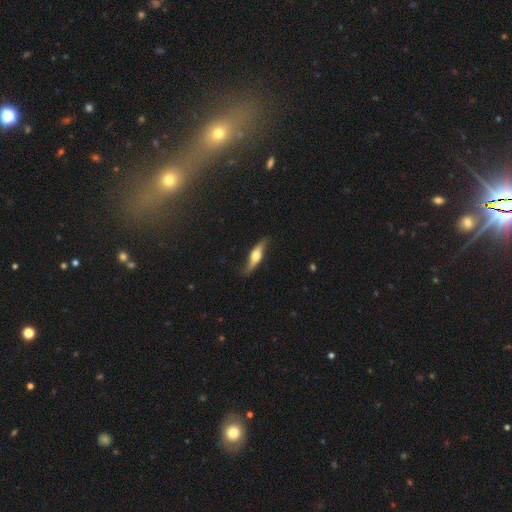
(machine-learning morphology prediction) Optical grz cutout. It shows a featured or disk galaxy (58%) viewed edge-on (75%). Merging: none (77%).